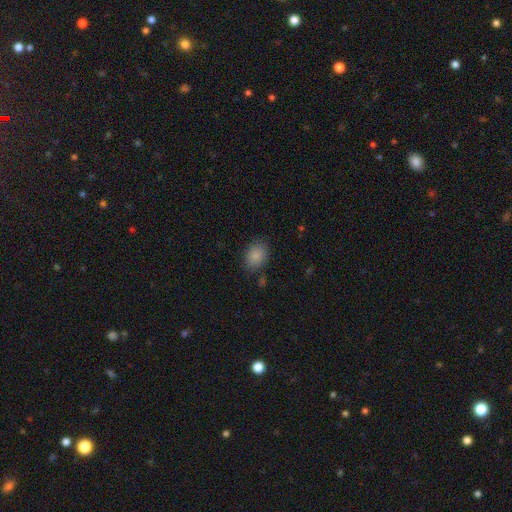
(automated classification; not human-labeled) The model was most divided on "how rounded": in between: 70%, round: 29%, cigar-shaped: 1%. More confident: smooth or featured — smooth (87%); merging — none (81%).